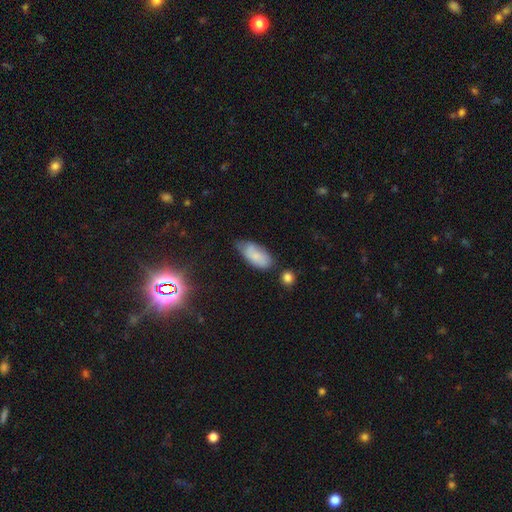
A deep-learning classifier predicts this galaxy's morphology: This appears to be a smooth galaxy with no disk features (72%) that is in between round and cigar-shaped (90%). Merging: none (53%).